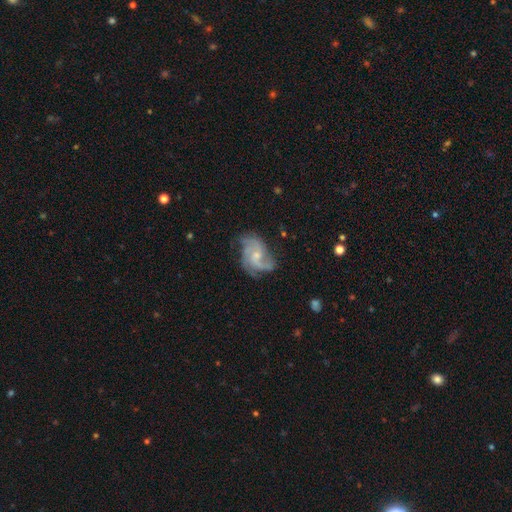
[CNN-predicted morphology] Q: Smooth or featured?
A: featured or disk (85%); runner-up: smooth (9%)
Q: Edge-on disk?
A: no (98%); runner-up: yes (2%)
Q: Bar?
A: no (65%); runner-up: weak (31%)
Q: Spiral arms?
A: yes (96%); runner-up: no (4%)
Q: Spiral winding?
A: medium (49%); runner-up: loose (28%)
Q: Spiral arm count?
A: 3 (41%); runner-up: 2 (27%)
Q: Bulge size?
A: small (62%); runner-up: moderate (31%)
Q: Merging?
A: none (62%); runner-up: minor disturbance (23%)